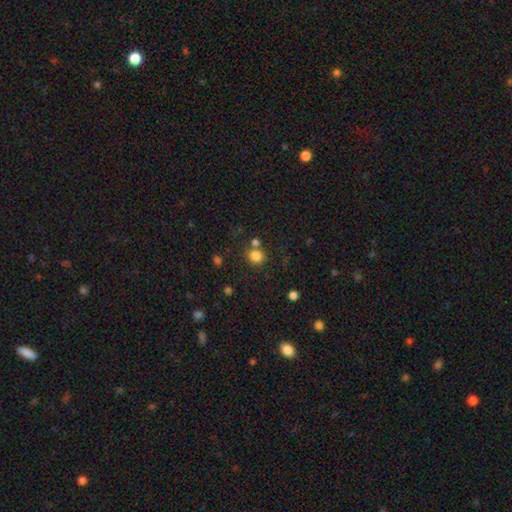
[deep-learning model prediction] Smooth or featured?
  - smooth: 81% *
  - star or artifact: 13%
  - featured or disk: 6%
How rounded?
  - round: 88% *
  - in between: 11%
  - cigar-shaped: 1%
Merging?
  - none: 72% *
  - merger: 16%
  - minor disturbance: 9%
  - major disturbance: 4%